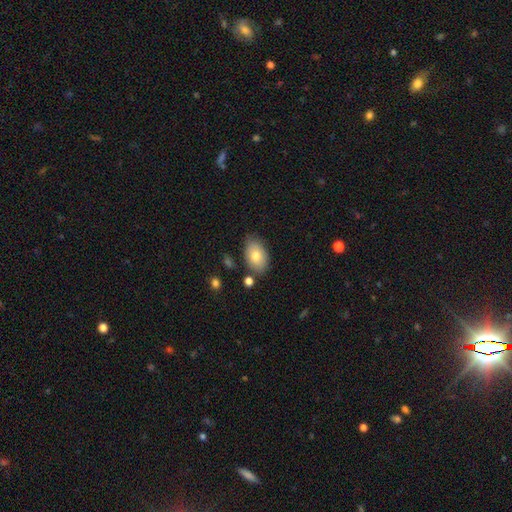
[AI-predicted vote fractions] smooth 79%, featured or disk 14%, star or artifact 7%. Down the decision tree: how rounded — in between (91%); merging — none (76%).